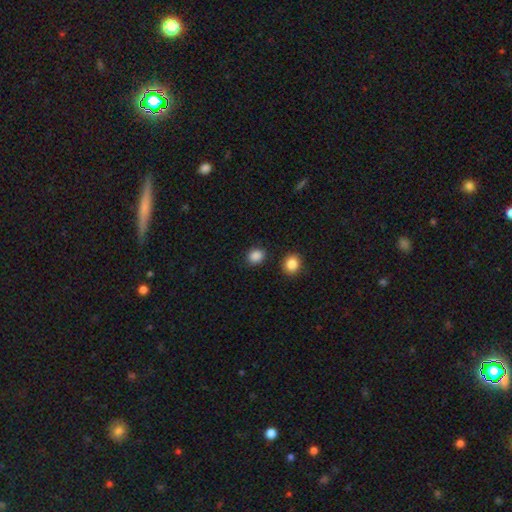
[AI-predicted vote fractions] Smooth or featured? Predicted: smooth (p=0.87). How rounded? Predicted: round (p=0.61). Merging? Predicted: none (p=0.86).